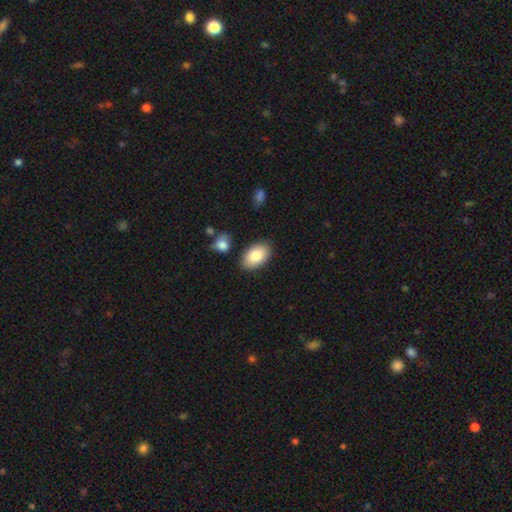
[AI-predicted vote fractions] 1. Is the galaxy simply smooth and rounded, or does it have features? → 84% smooth, 10% featured or disk, 6% star or artifact.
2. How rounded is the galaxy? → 93% in between, 6% round, 1% cigar-shaped.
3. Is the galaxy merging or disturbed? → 84% none, 10% minor disturbance, 3% merger, 2% major disturbance.